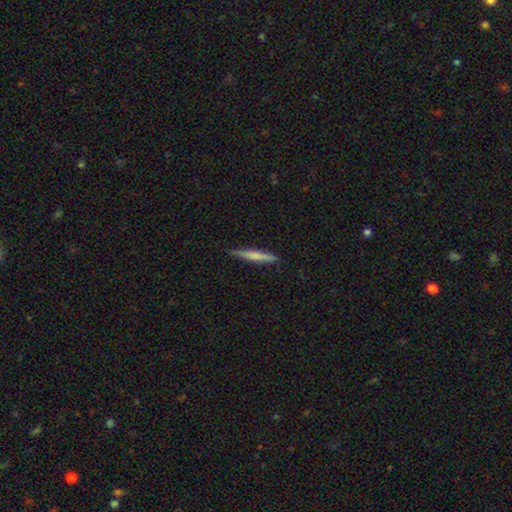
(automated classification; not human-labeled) A smooth galaxy with no disk features (65%) that is cigar-shaped (95%).

Vote fractions:
- Smooth or featured? smooth: 65% / featured or disk: 30% / star or artifact: 6%
- How rounded? cigar-shaped: 95% / in between: 4% / round: 1%
- Merging? none: 86% / minor disturbance: 11% / major disturbance: 2% / merger: 1%